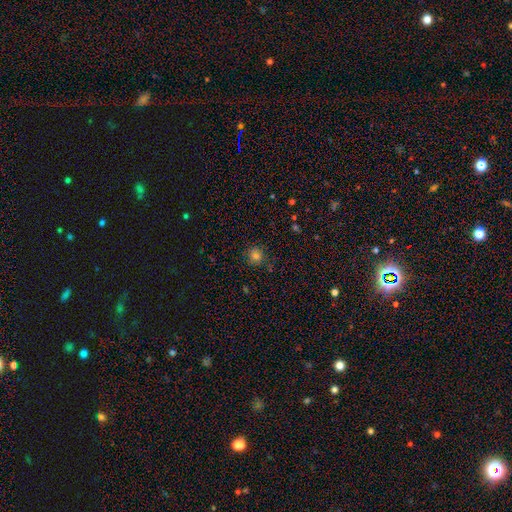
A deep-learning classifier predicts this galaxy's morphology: Overall: smooth (79%). How rounded: round (89%). Merging: none (84%).